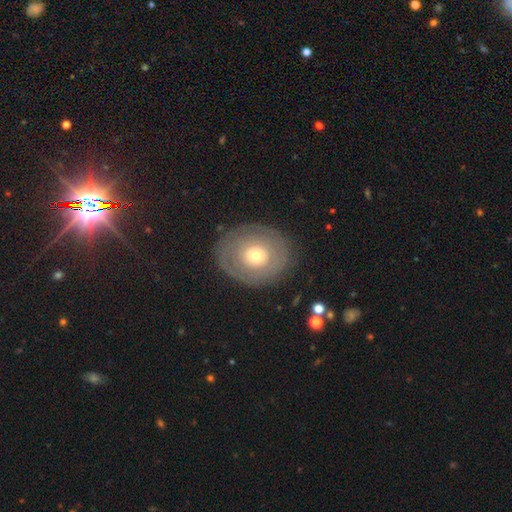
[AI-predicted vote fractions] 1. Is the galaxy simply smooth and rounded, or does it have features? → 48% smooth, 45% featured or disk, 7% star or artifact.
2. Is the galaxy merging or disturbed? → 82% none, 11% minor disturbance, 5% major disturbance, 1% merger.